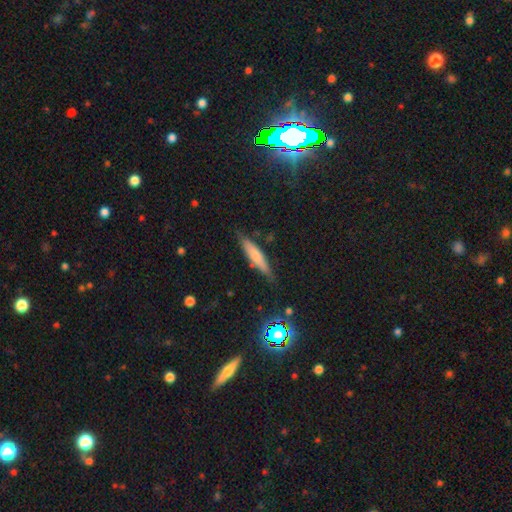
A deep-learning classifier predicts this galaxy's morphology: This is likely a smooth galaxy (61%). How rounded: clearly cigar-shaped (81%). Merging: likely none (79%).